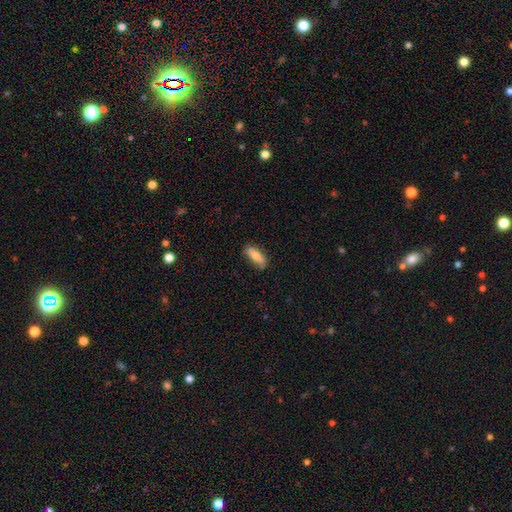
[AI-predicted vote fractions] A smooth galaxy with no disk features (78%) that is in between round and cigar-shaped (64%).

Vote fractions:
- Smooth or featured? smooth: 78% / featured or disk: 16% / star or artifact: 6%
- How rounded? in between: 64% / cigar-shaped: 34% / round: 2%
- Merging? none: 78% / minor disturbance: 18% / major disturbance: 3% / merger: 1%